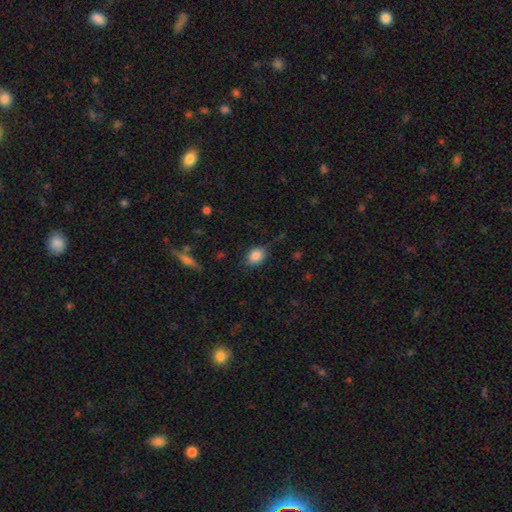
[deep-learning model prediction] Smooth or featured: smooth — 87% (star or artifact — 8%)
How rounded: in between — 68% (round — 31%)
Merging: none — 76% (minor disturbance — 18%)